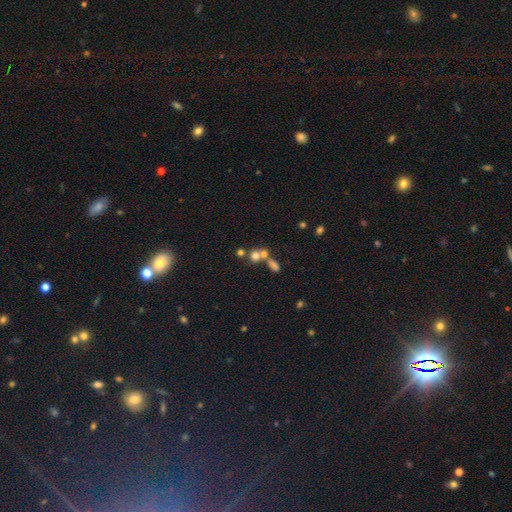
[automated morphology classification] smooth_or_featured: smooth (p=0.64) [alt: star or artifact p=0.19]
how_rounded: round (p=0.78) [alt: in between p=0.20]
merging: merger (p=0.51) [alt: none p=0.36]